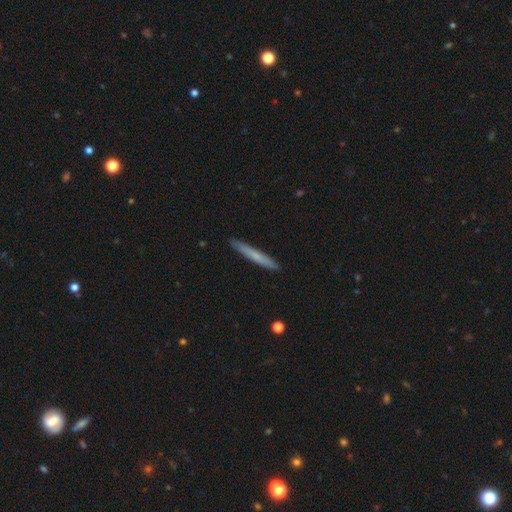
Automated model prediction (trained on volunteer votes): Smooth or featured? Predicted: smooth (p=0.62). How rounded? Predicted: cigar-shaped (p=0.96). Merging? Predicted: none (p=0.91).